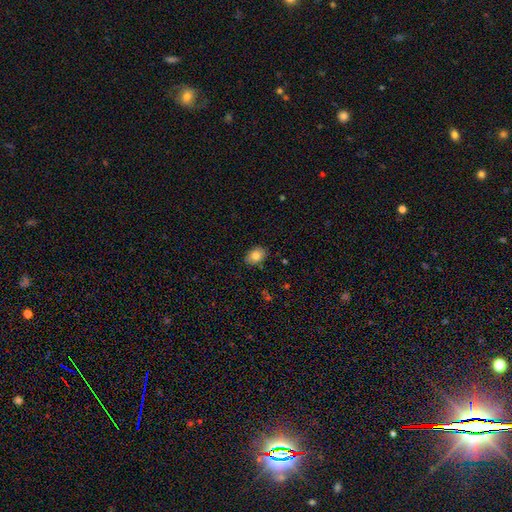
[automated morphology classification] Overall: smooth (80%). How rounded: in between (78%). Merging: none (85%).